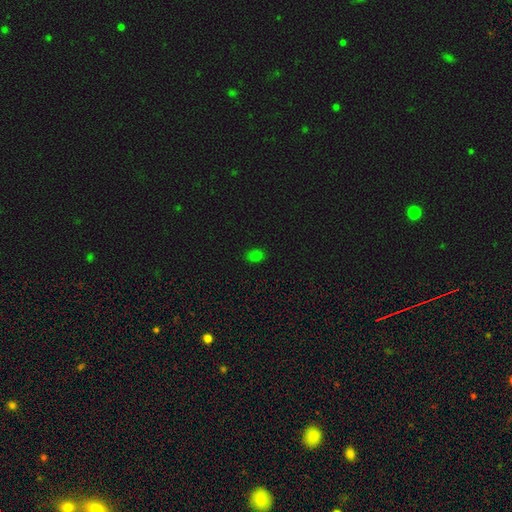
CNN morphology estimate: smooth 76%, star or artifact 20%, featured or disk 4%. Down the decision tree: how rounded — in between (82%); merging — none (84%).